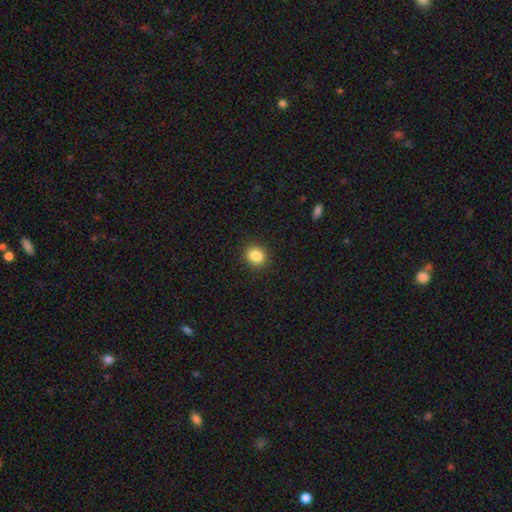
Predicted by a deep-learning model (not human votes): Smooth or featured? smooth (86%)
How rounded? round (61%)
Merging? none (90%)